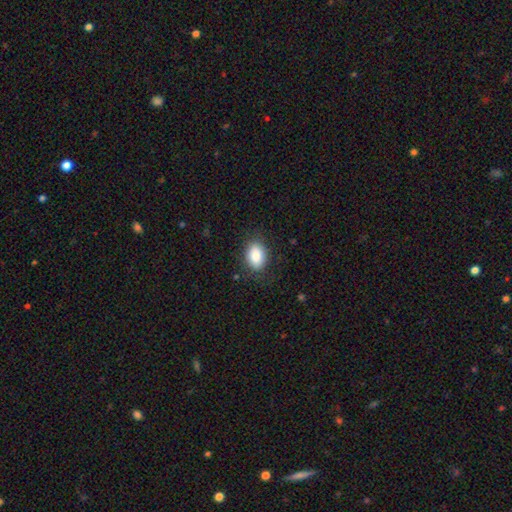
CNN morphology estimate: smooth 86%, star or artifact 8%, featured or disk 6%. Down the decision tree: how rounded — in between (82%); merging — none (81%).